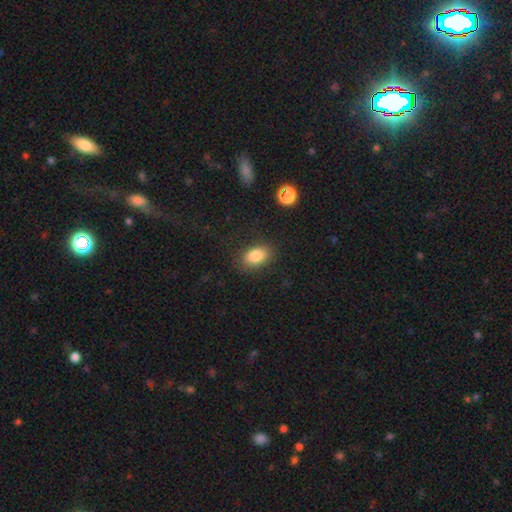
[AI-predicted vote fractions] This is clearly a smooth galaxy (84%). How rounded: clearly in between (86%). Merging: clearly none (84%).